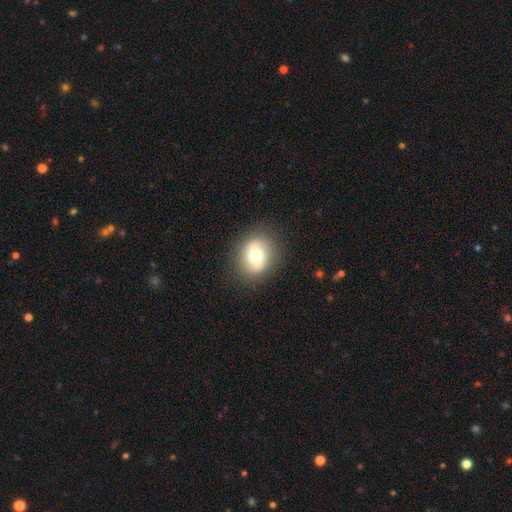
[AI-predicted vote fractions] smooth-or-featured: smooth: 63% | featured or disk: 27% | star or artifact: 10%
  how-rounded: round: 64% | in between: 35% | cigar-shaped: 1%
  merging: none: 85% | minor disturbance: 10% | major disturbance: 4% | merger: 1%